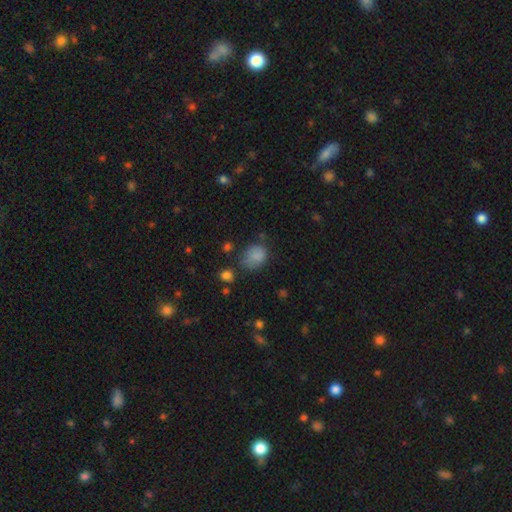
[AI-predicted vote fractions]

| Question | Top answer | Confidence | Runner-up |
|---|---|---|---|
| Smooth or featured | smooth | 81% | star or artifact (12%) |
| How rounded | in between | 50% | round (49%) |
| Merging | none | 52% | minor disturbance (30%) |